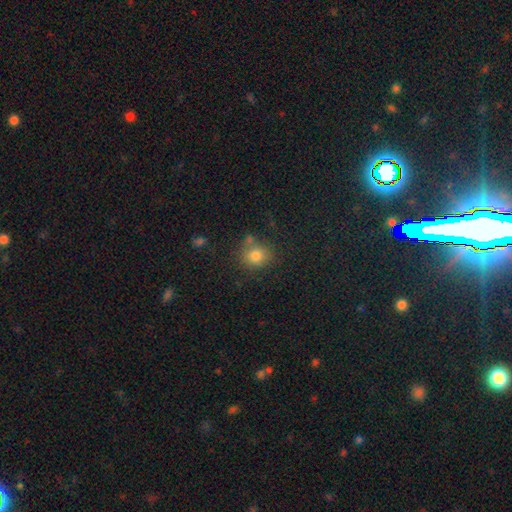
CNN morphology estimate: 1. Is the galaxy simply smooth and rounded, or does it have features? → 80% smooth, 12% star or artifact, 8% featured or disk.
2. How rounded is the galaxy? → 78% round, 21% in between, 1% cigar-shaped.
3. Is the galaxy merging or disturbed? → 69% none, 15% minor disturbance, 12% merger, 4% major disturbance.